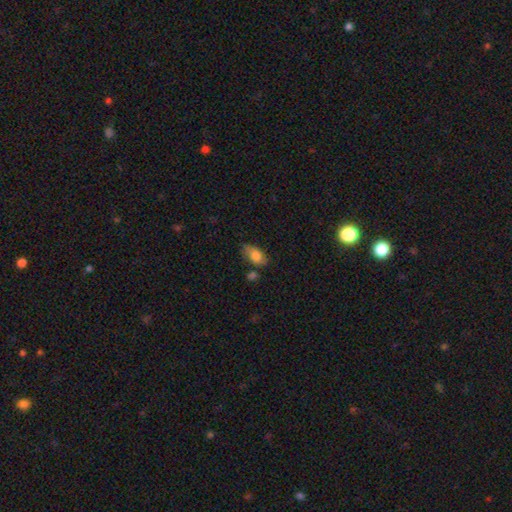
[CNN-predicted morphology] This appears to be a smooth galaxy with no disk features (78%) that is in between round and cigar-shaped (90%). Merging: none (63%).